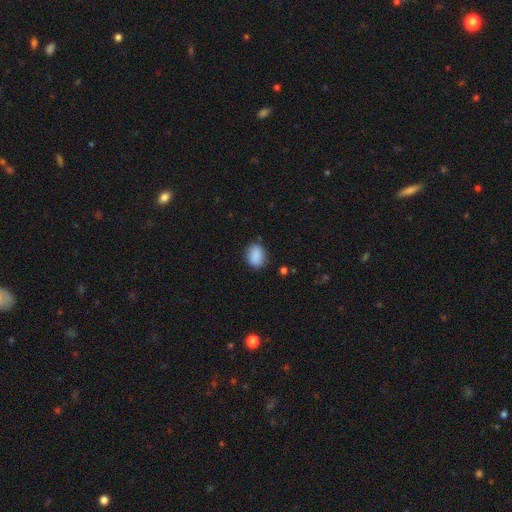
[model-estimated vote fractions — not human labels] Morphology: type=smooth (88%); roundness=in between (64%); merging=none (81%).